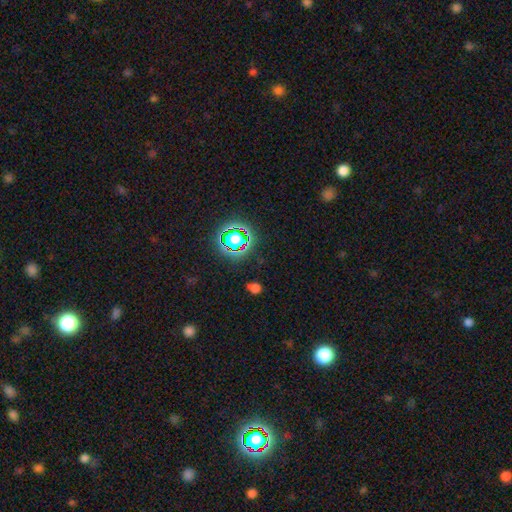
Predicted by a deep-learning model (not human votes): A star or artifact, not a galaxy (73%).